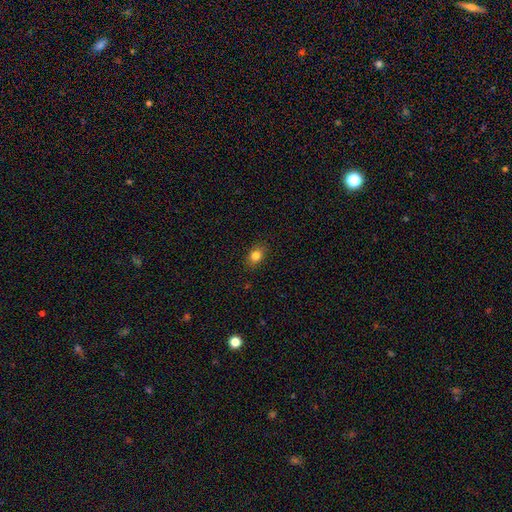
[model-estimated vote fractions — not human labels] Overall: smooth (83%). How rounded: in between (64%; round 34%). Merging: none (86%).